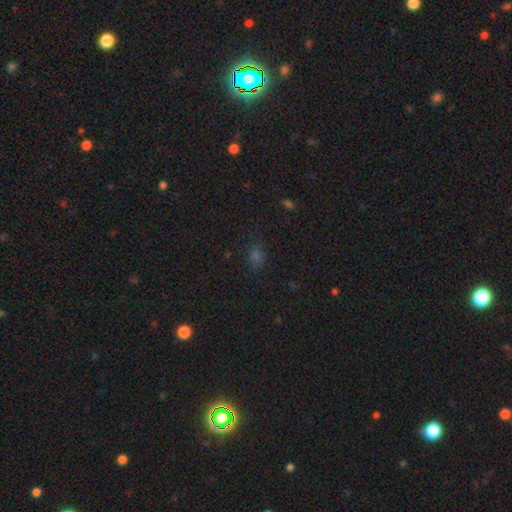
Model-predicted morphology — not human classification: The model was most divided on "how rounded": round: 61%, in between: 38%, cigar-shaped: 2%. More confident: merging — none (79%); smooth or featured — smooth (61%).